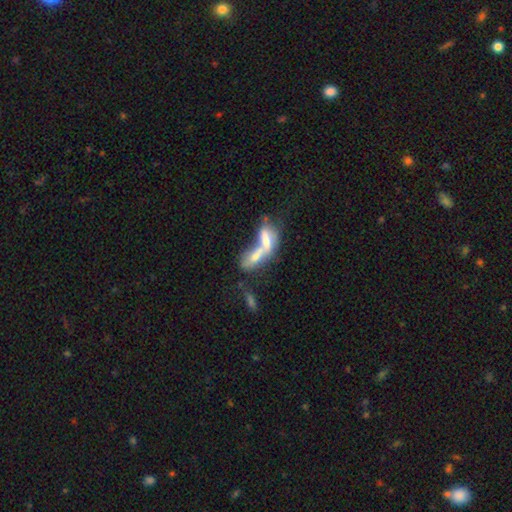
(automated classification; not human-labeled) Smooth or featured? smooth (56%)
How rounded? in between (62%)
Merging? merger (75%)